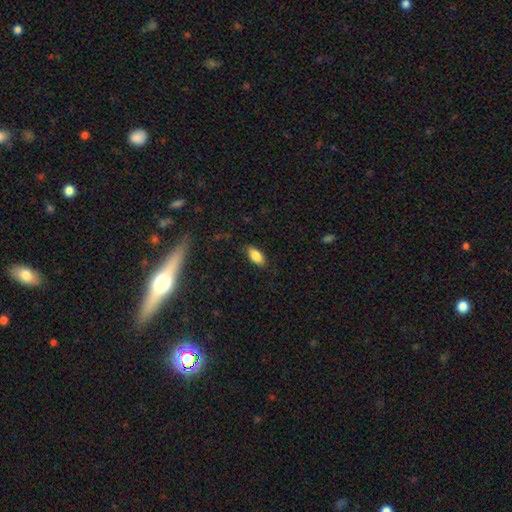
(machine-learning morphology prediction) Smooth or featured: smooth — 82% (featured or disk — 11%)
How rounded: in between — 86% (cigar-shaped — 12%)
Merging: none — 85% (minor disturbance — 11%)